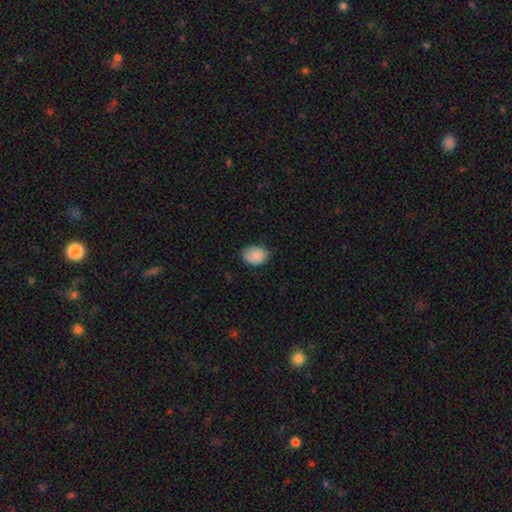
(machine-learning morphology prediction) smooth_or_featured: smooth (p=0.89) [alt: star or artifact p=0.07]
how_rounded: in between (p=0.69) [alt: round p=0.30]
merging: none (p=0.77) [alt: minor disturbance p=0.19]